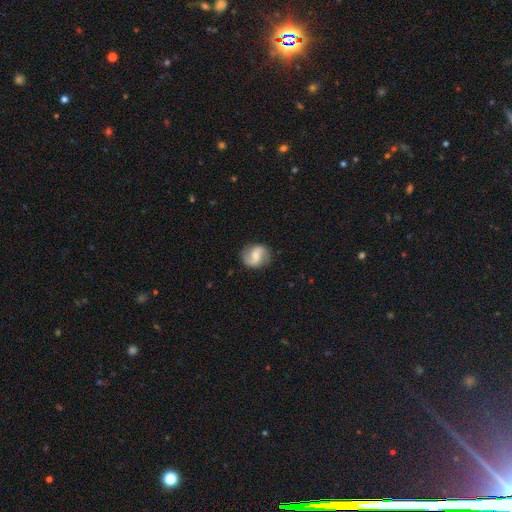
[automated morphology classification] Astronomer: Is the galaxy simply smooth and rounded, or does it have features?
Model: featured or disk — 70%.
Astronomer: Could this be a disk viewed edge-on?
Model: no — 98%.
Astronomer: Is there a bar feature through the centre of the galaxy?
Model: weak — 48% (runner-up: no, 33%).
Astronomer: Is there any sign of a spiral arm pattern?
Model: yes — 92%.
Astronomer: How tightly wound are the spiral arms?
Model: loose — 48% (runner-up: medium, 38%).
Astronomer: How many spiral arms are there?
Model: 2 — 91%.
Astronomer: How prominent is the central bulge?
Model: moderate — 50% (runner-up: small, 39%).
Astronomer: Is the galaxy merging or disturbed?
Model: none — 84%.